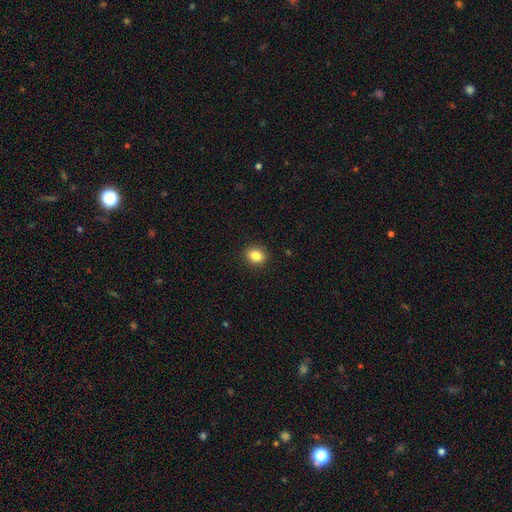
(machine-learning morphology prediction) Smooth or featured? smooth (85%)
How rounded? round (58%)
Merging? none (90%)